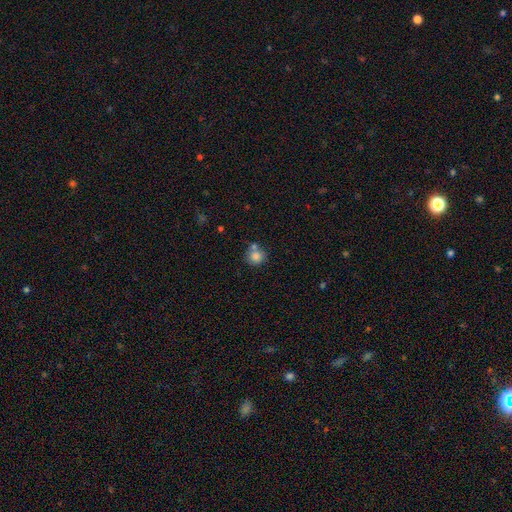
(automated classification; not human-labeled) Smooth or featured? smooth (82%)
How rounded? round (89%)
Merging? none (60%)